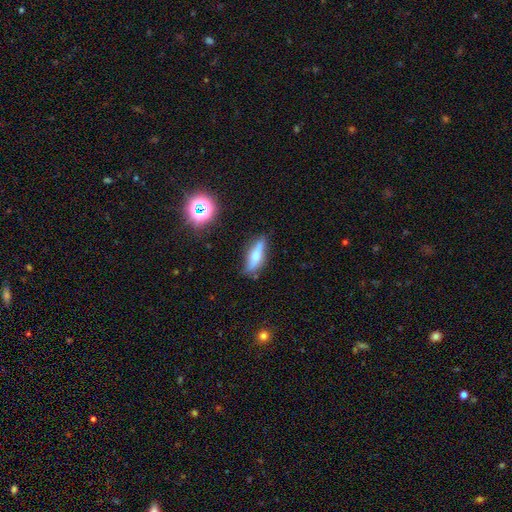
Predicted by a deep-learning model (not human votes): smooth_or_featured: smooth (p=0.48) [alt: featured or disk p=0.43]
merging: none (p=0.76) [alt: minor disturbance p=0.17]